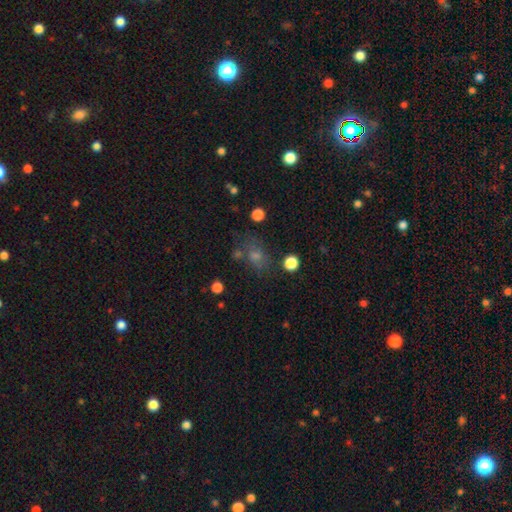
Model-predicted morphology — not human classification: smooth 52%, star or artifact 33%, featured or disk 16%. Down the decision tree: how rounded — in between (51%); merging — none (66%).